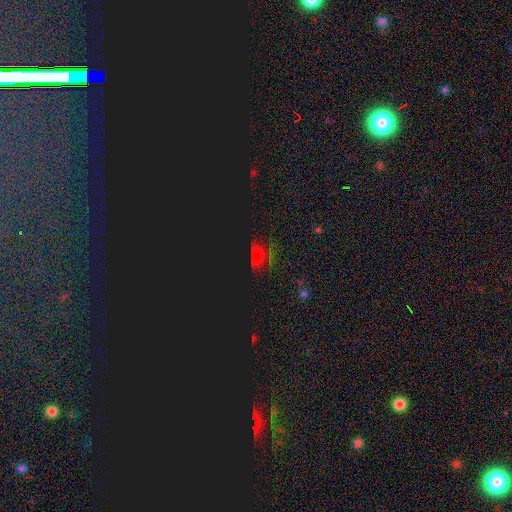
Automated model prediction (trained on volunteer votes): The model was most divided on "smooth or featured": star or artifact: 66%, smooth: 21%, featured or disk: 13%.